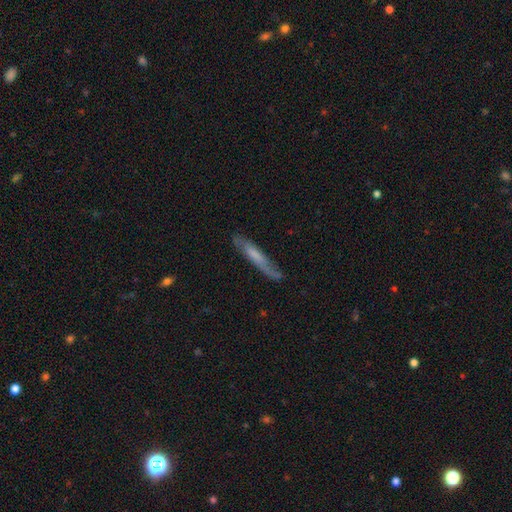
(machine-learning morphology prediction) Smooth or featured? featured or disk (50%)
Edge-on disk? yes (69%)
Merging? none (68%)